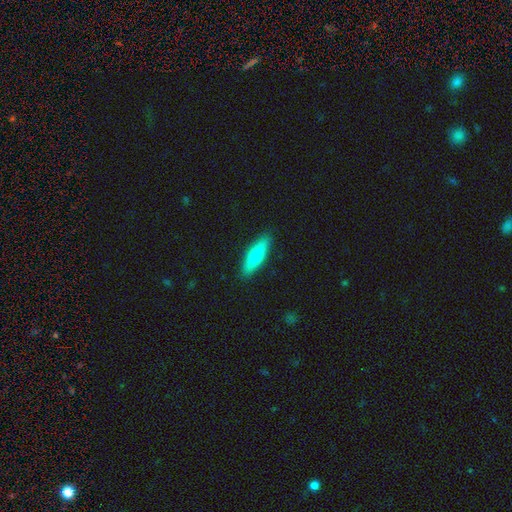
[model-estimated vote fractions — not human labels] Overall: smooth (63%; featured or disk 32%). How rounded: cigar-shaped (68%; in between 30%). Merging: none (90%).